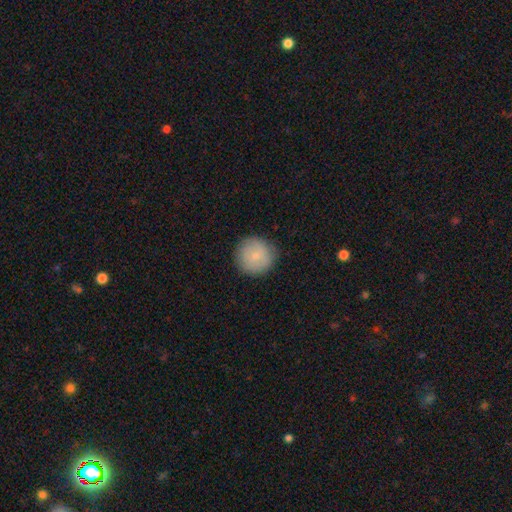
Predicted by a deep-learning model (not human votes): Morphology: type=smooth (77%); roundness=round (95%); merging=none (86%).